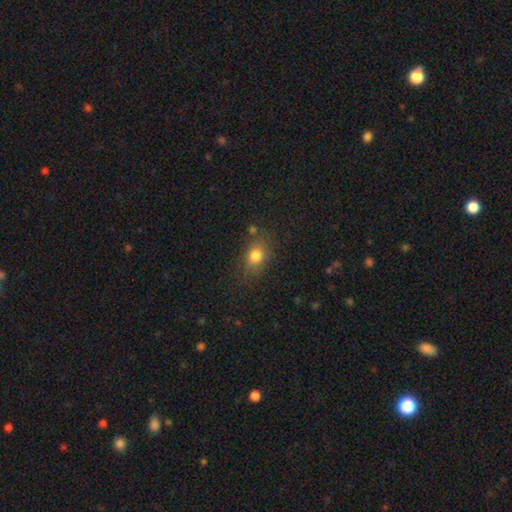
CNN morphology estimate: This is likely a smooth galaxy (79%). How rounded: possibly in between (59%). Merging: likely none (76%).